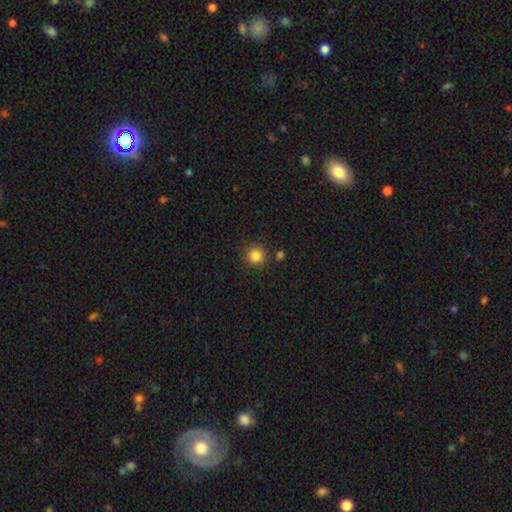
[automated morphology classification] A smooth galaxy with no disk features (85%) that is round (94%). Merging: none (86%).